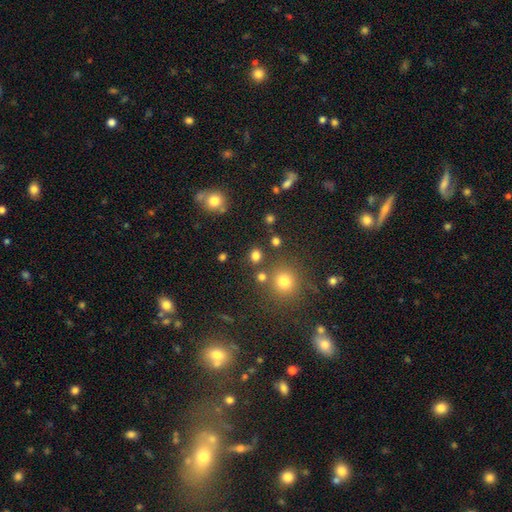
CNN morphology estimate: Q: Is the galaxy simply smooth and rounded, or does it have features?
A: smooth — 76%.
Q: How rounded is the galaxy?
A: round — 75%.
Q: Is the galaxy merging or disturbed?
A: none — 82%.